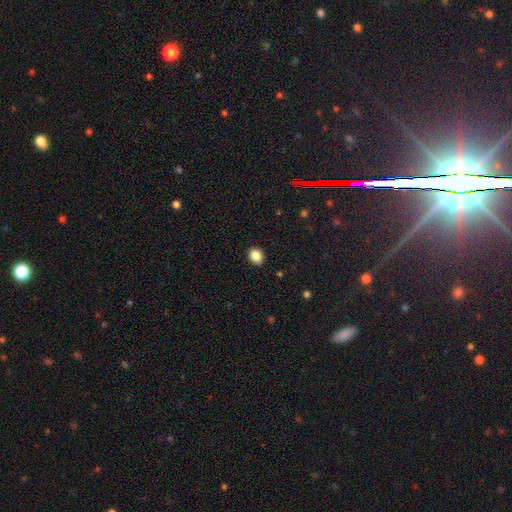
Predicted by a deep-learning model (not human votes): Smooth or featured? Predicted: smooth (p=0.87). How rounded? Predicted: round (p=0.50). Merging? Predicted: none (p=0.91).